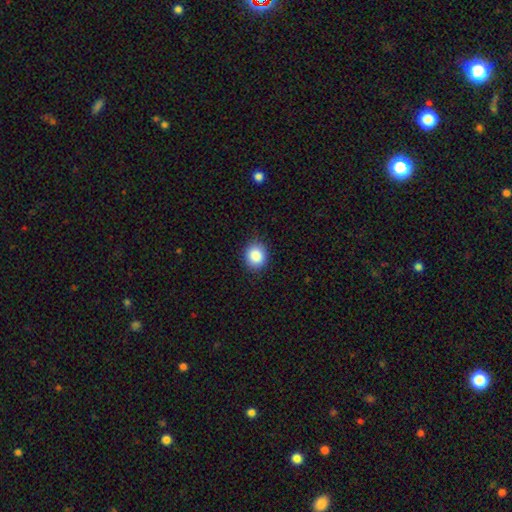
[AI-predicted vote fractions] Q: Smooth or featured?
A: smooth (87%); runner-up: star or artifact (9%)
Q: How rounded?
A: round (72%); runner-up: in between (27%)
Q: Merging?
A: none (88%); runner-up: minor disturbance (9%)